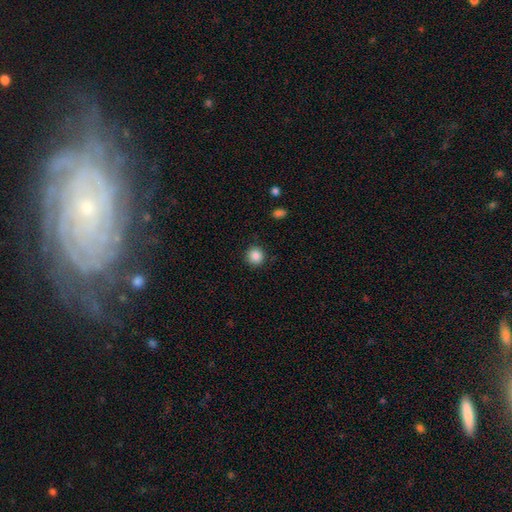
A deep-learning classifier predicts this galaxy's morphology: This appears to be a smooth galaxy with no disk features (87%) that is round (94%). Merging: none (90%).